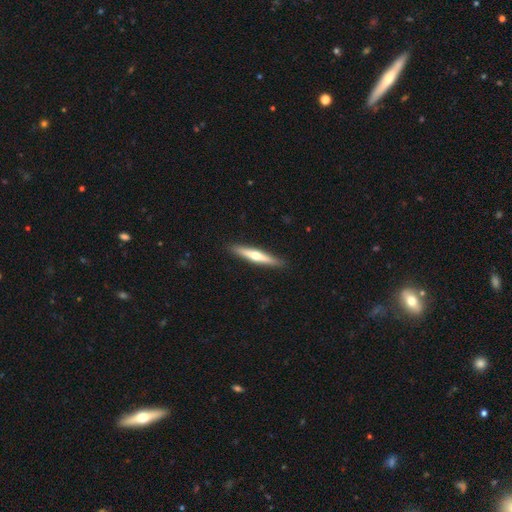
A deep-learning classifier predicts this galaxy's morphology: featured or disk 58%, smooth 37%, star or artifact 5%. Down the decision tree: edge-on disk — yes (96%); edge-on bulge — rounded (88%); merging — none (91%).